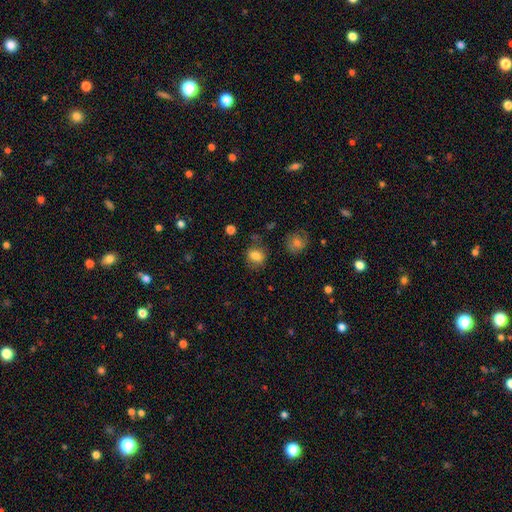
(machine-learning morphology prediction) A smooth galaxy with no disk features (81%) that is round (58%).

Vote fractions:
- Smooth or featured? smooth: 81% / star or artifact: 10% / featured or disk: 8%
- How rounded? round: 58% / in between: 41% / cigar-shaped: 1%
- Merging? none: 76% / minor disturbance: 16% / major disturbance: 5% / merger: 3%